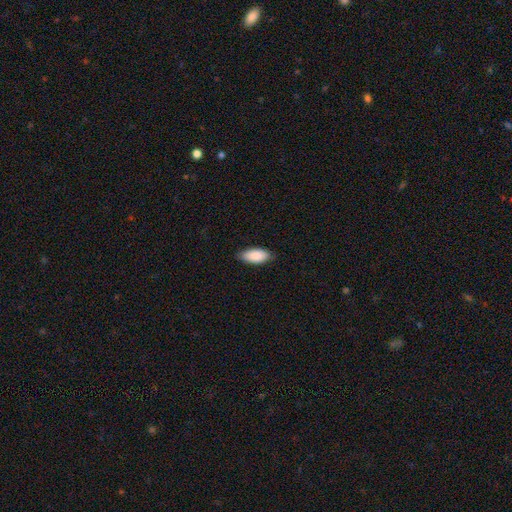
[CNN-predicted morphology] This is clearly a smooth galaxy (89%). How rounded: clearly in between (90%). Merging: clearly none (81%).